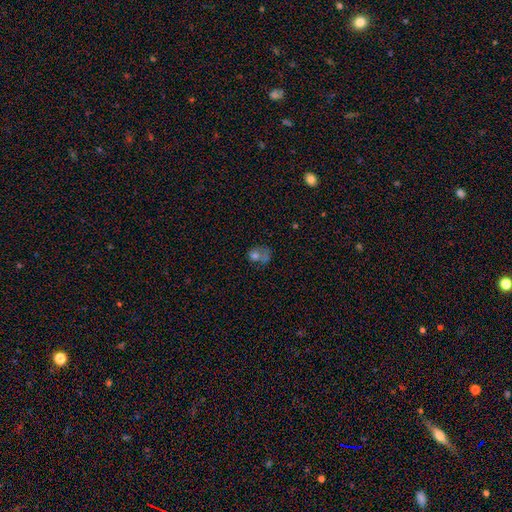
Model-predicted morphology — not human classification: smooth 56%, featured or disk 26%, star or artifact 17%. Down the decision tree: how rounded — round (56%); merging — merger (33%).